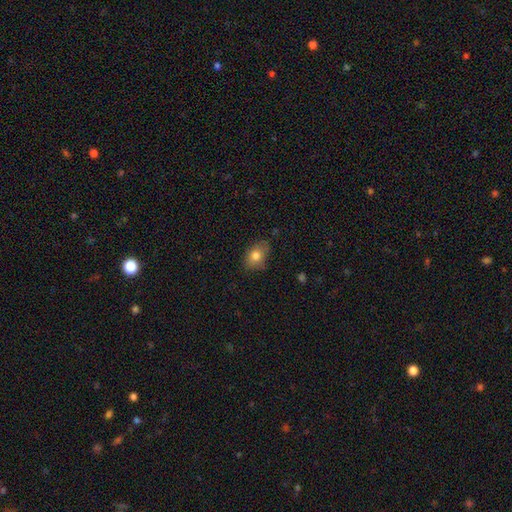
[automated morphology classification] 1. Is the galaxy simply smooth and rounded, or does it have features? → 79% smooth, 11% featured or disk, 9% star or artifact.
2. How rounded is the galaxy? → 73% in between, 25% round, 1% cigar-shaped.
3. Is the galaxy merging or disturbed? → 72% none, 22% minor disturbance, 4% major disturbance, 1% merger.